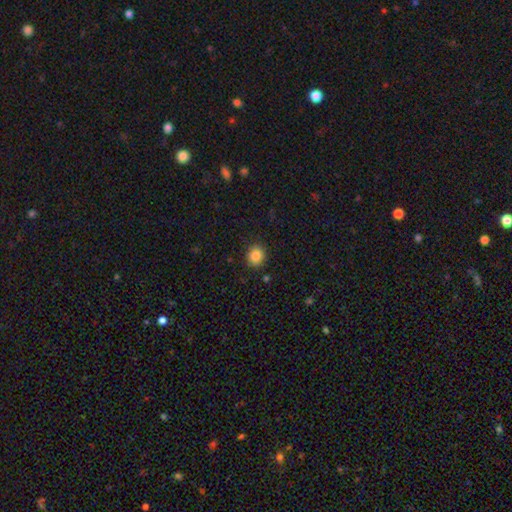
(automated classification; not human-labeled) Q: Smooth or featured?
A: smooth (86%); runner-up: star or artifact (10%)
Q: How rounded?
A: round (78%); runner-up: in between (21%)
Q: Merging?
A: none (88%); runner-up: minor disturbance (8%)